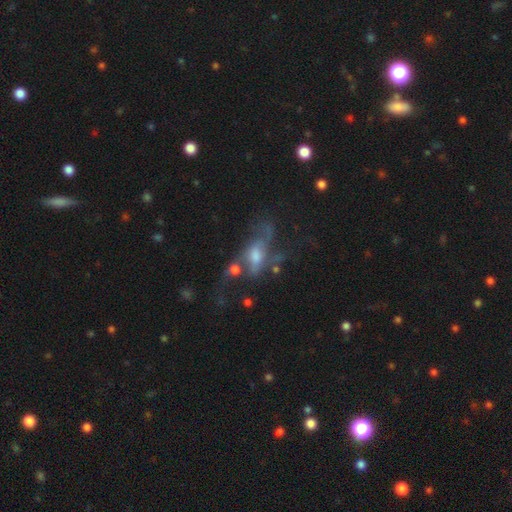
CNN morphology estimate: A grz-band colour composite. It shows a featured or disk galaxy (59%). Merging: major disturbance (33%).